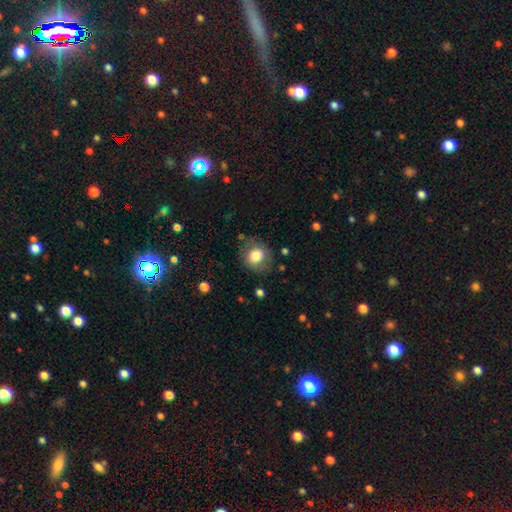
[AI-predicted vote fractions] Morphology: type=smooth (78%); roundness=round (77%); merging=none (75%).